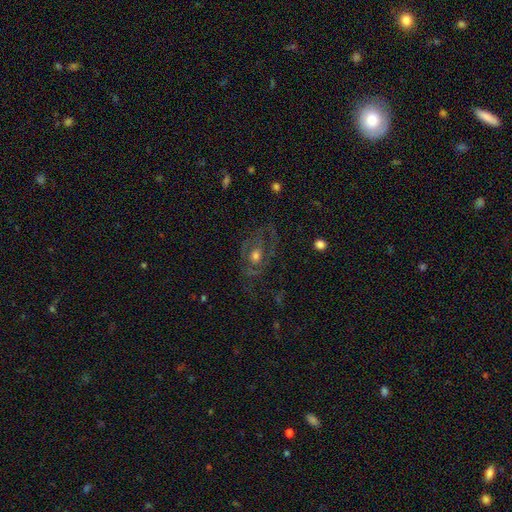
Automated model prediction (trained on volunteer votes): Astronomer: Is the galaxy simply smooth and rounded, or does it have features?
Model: featured or disk — 64%.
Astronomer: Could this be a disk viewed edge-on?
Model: no — 94%.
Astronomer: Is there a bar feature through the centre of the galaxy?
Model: no — 77%.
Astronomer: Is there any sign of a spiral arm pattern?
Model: yes — 57% (runner-up: no, 43%).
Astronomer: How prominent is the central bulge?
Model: moderate — 66%.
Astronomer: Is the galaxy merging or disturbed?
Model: none — 55%.